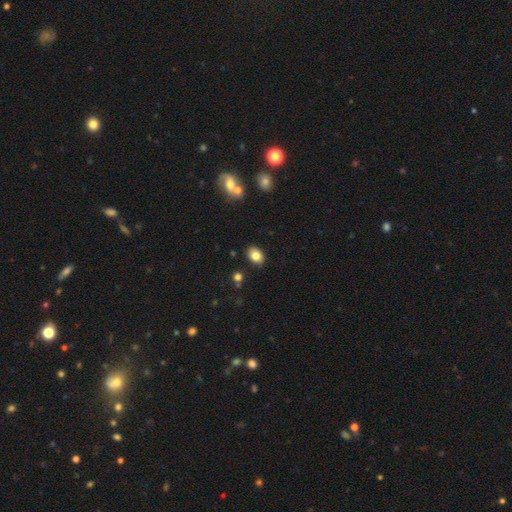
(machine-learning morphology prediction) This appears to be a smooth galaxy with no disk features (82%) that is in between round and cigar-shaped (74%). Merging: none (87%).